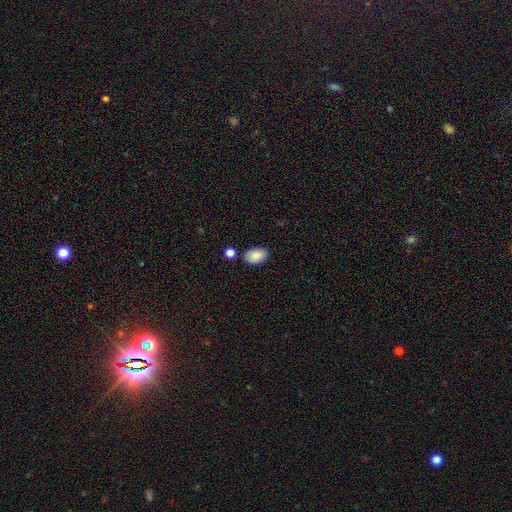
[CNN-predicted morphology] Smooth or featured? Predicted: smooth (p=0.87). How rounded? Predicted: in between (p=0.90). Merging? Predicted: none (p=0.79).